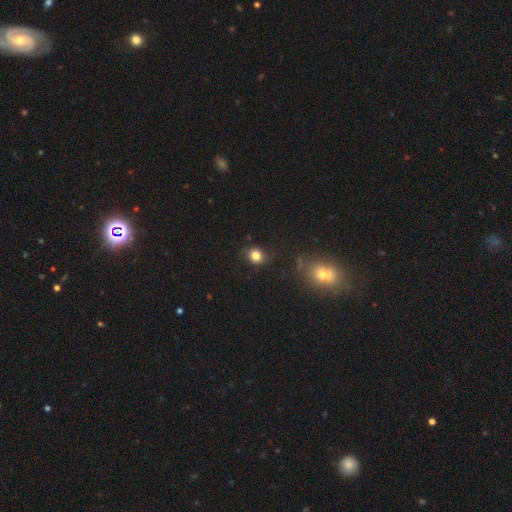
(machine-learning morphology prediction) type=smooth (81%); roundness=round (75%); merging=none (81%).